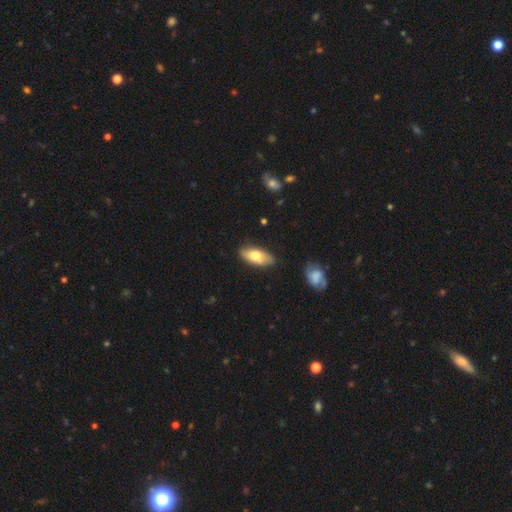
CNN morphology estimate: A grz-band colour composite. It shows a smooth galaxy with no disk features (70%) that is in between round and cigar-shaped (86%). Merging: none (82%).